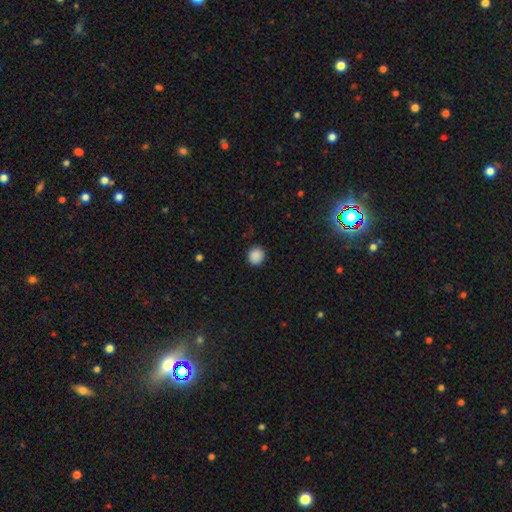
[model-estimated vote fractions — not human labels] This is clearly a smooth galaxy (88%). How rounded: clearly round (91%). Merging: clearly none (90%).